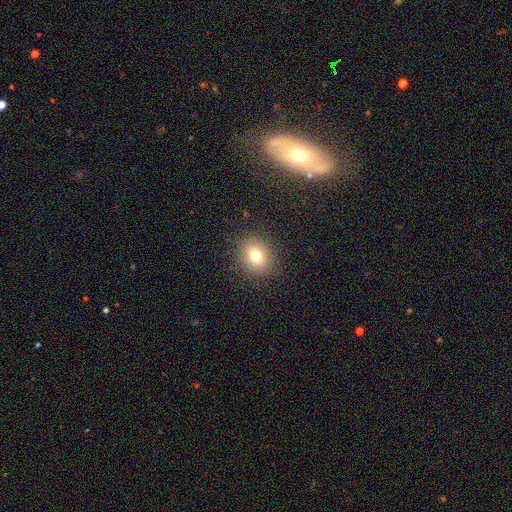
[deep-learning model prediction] A smooth galaxy with no disk features (75%) that is round (66%). Merging: none (88%).